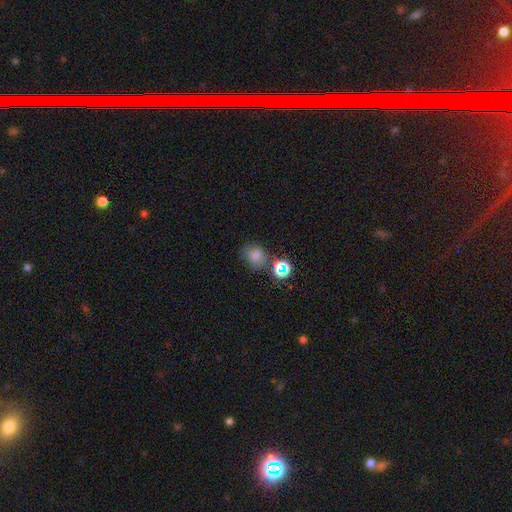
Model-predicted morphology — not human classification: A smooth galaxy with no disk features (72%) that is round (69%). Merging: none (63%).